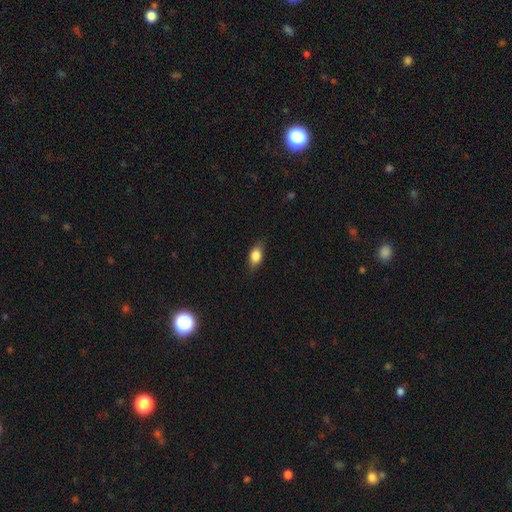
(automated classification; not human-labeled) The model was most divided on "merging": none: 77%, minor disturbance: 18%, major disturbance: 4%, merger: 1%. More confident: smooth or featured — smooth (80%); how rounded — in between (79%).